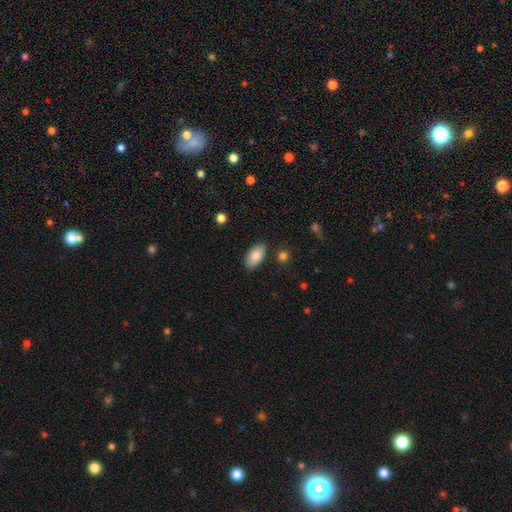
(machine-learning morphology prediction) smooth-or-featured: smooth: 81% | featured or disk: 12% | star or artifact: 7%
  how-rounded: in between: 94% | round: 3% | cigar-shaped: 3%
  merging: none: 85% | minor disturbance: 10% | merger: 2% | major disturbance: 2%